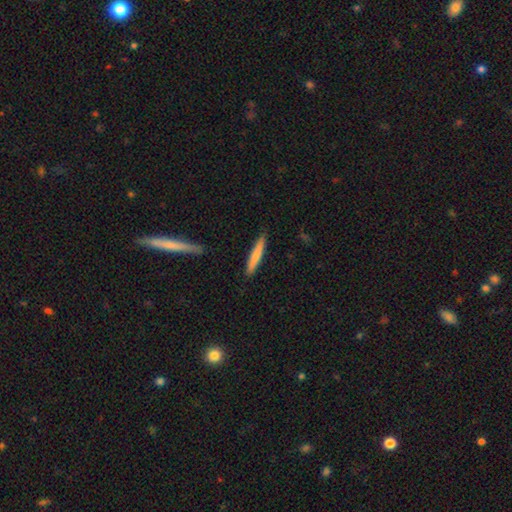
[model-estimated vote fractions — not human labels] A smooth galaxy with no disk features (75%) that is cigar-shaped (94%).

Vote fractions:
- Smooth or featured? smooth: 75% / featured or disk: 20% / star or artifact: 5%
- How rounded? cigar-shaped: 94% / in between: 5% / round: 1%
- Merging? none: 89% / minor disturbance: 8% / major disturbance: 2% / merger: 2%